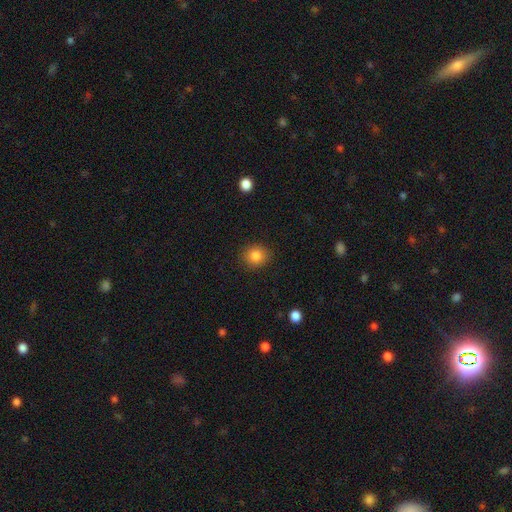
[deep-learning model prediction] Smooth or featured? Predicted: smooth (p=0.84). How rounded? Predicted: round (p=0.82). Merging? Predicted: none (p=0.89).